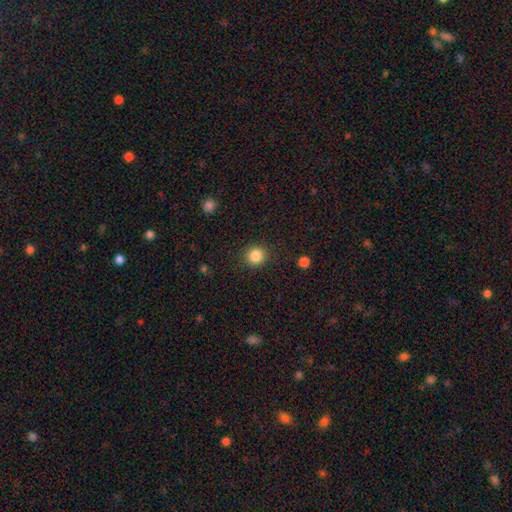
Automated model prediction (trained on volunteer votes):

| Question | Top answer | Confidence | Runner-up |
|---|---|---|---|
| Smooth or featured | smooth | 85% | star or artifact (11%) |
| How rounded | round | 90% | in between (9%) |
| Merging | none | 89% | minor disturbance (7%) |